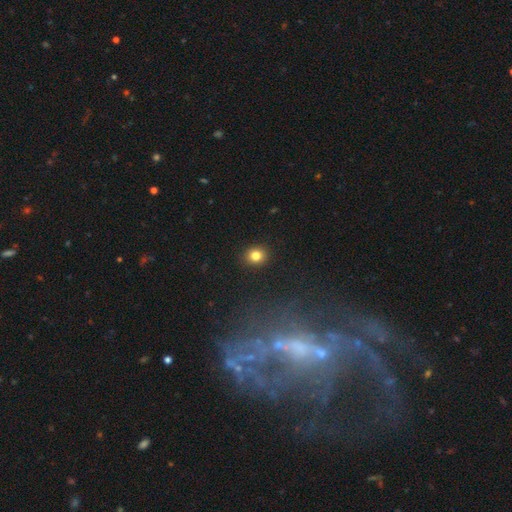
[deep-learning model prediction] smooth 82%, star or artifact 12%, featured or disk 6%. Down the decision tree: how rounded — round (73%); merging — none (91%).